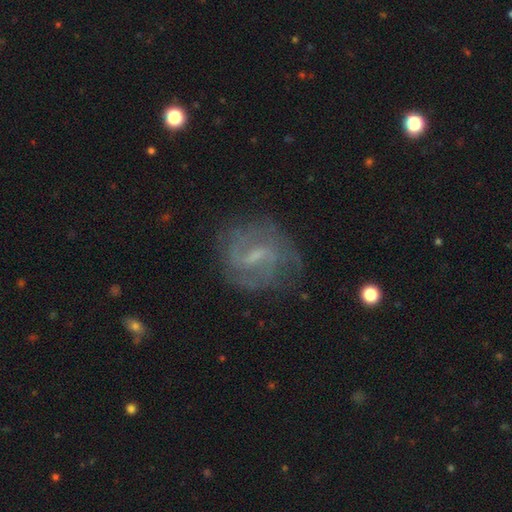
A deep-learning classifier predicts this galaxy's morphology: Q: Smooth or featured?
A: featured or disk (77%); runner-up: smooth (14%)
Q: Edge-on disk?
A: no (96%); runner-up: yes (4%)
Q: Bar?
A: weak (60%); runner-up: strong (25%)
Q: Spiral arms?
A: yes (87%); runner-up: no (13%)
Q: Spiral winding?
A: medium (44%); runner-up: tight (34%)
Q: Spiral arm count?
A: 2 (57%); runner-up: can't tell (26%)
Q: Bulge size?
A: small (50%); runner-up: moderate (26%)
Q: Merging?
A: none (71%); runner-up: minor disturbance (17%)